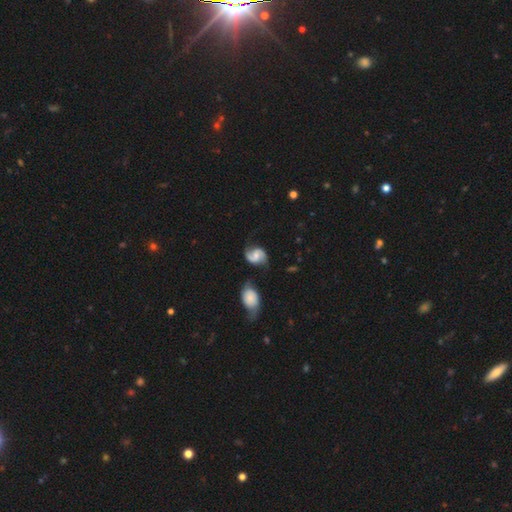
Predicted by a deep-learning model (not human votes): smooth-or-featured: featured or disk: 81% | smooth: 13% | star or artifact: 6%
  disk-edge-on: no: 98% | yes: 2%
    bar: weak: 45% | no: 39% | strong: 16%
    has-spiral-arms: yes: 96% | no: 4%
      spiral-winding: medium: 48% | loose: 36% | tight: 16%
      spiral-arm-count: 2: 92% | can't tell: 3% | 1: 2% | 3: 1% | 4: 1% | more than 4: 1%
    bulge-size: small: 39% | moderate: 38% | none: 15% | large: 6% | dominant: 2%
  merging: none: 69% | minor disturbance: 17% | merger: 7% | major disturbance: 7%